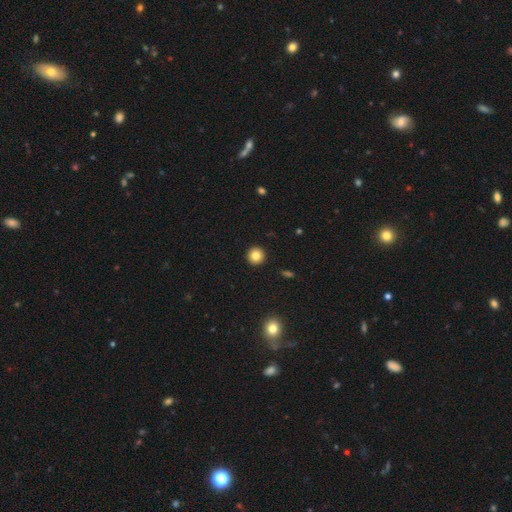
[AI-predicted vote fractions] The model was most divided on "smooth or featured": smooth: 82%, star or artifact: 11%, featured or disk: 7%. More confident: how rounded — round (95%); merging — none (93%).